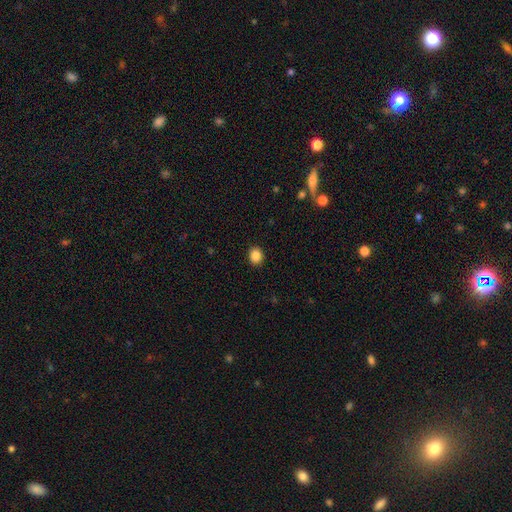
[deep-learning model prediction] Overall: smooth (87%). How rounded: round (65%; in between 34%). Merging: none (91%).